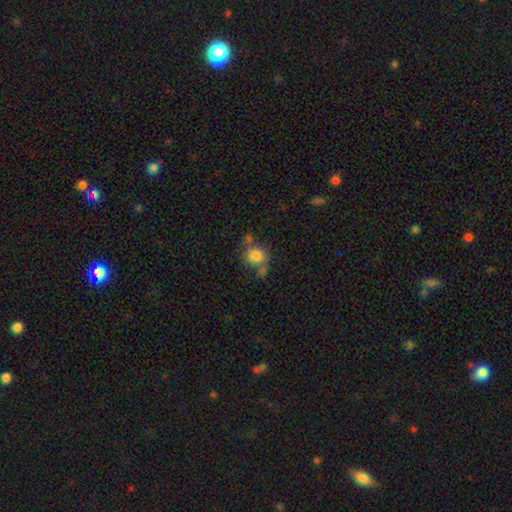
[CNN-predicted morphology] Overall: smooth (80%). How rounded: round (83%). Merging: none (55%; merger 21%).